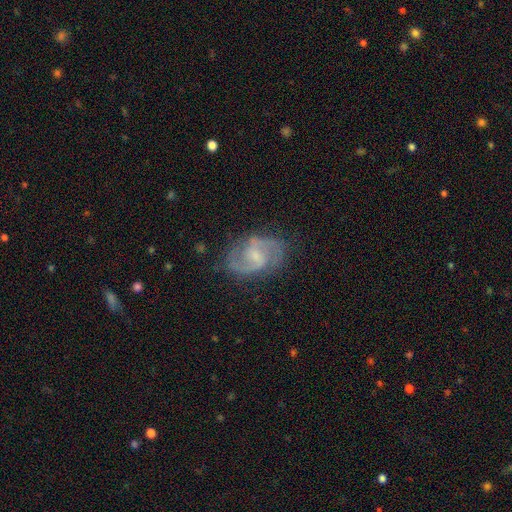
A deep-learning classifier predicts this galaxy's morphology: smooth_or_featured: featured or disk (p=0.88) [alt: smooth p=0.07]
disk_edge_on: no (p=0.98) [alt: yes p=0.02]
bar: weak (p=0.60) [alt: no p=0.26]
has_spiral_arms: yes (p=0.97) [alt: no p=0.03]
spiral_winding: medium (p=0.60) [alt: loose p=0.23]
spiral_arm_count: 2 (p=0.91) [alt: can't tell p=0.04]
bulge_size: small (p=0.57) [alt: moderate p=0.27]
merging: none (p=0.78) [alt: minor disturbance p=0.15]